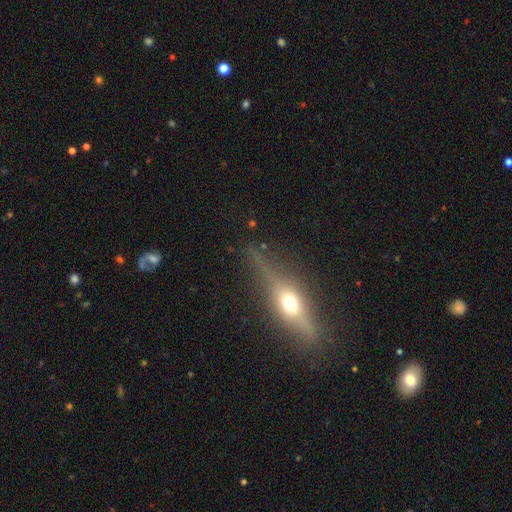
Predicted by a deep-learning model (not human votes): Smooth or featured? featured or disk (69%)
Edge-on disk? yes (92%)
Edge-on bulge? rounded (94%)
Merging? none (79%)